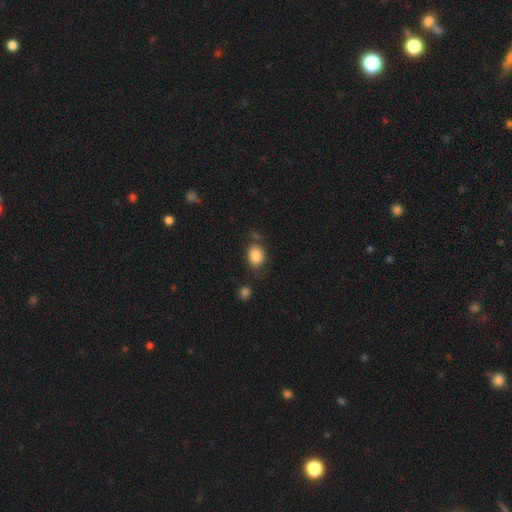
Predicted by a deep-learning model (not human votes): Smooth or featured?
  - smooth: 85% *
  - star or artifact: 8%
  - featured or disk: 6%
How rounded?
  - in between: 62% *
  - round: 37%
  - cigar-shaped: 1%
Merging?
  - none: 67% *
  - minor disturbance: 19%
  - merger: 7%
  - major disturbance: 6%